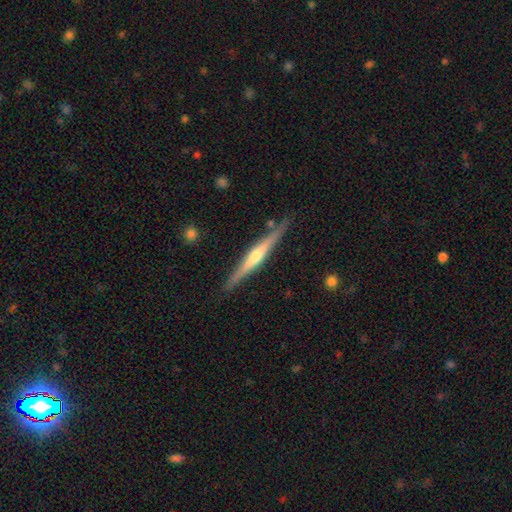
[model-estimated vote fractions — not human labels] This is likely a featured or disk galaxy (75%). It is clearly viewed edge-on (98%). Edge-on bulge: clearly rounded (82%). Merging: clearly none (88%).